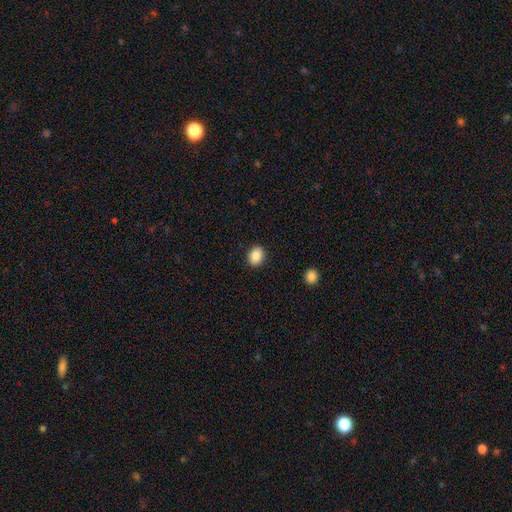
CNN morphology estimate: Smooth or featured: smooth — 88% (star or artifact — 8%)
How rounded: round — 51% (in between — 48%)
Merging: none — 91% (minor disturbance — 6%)